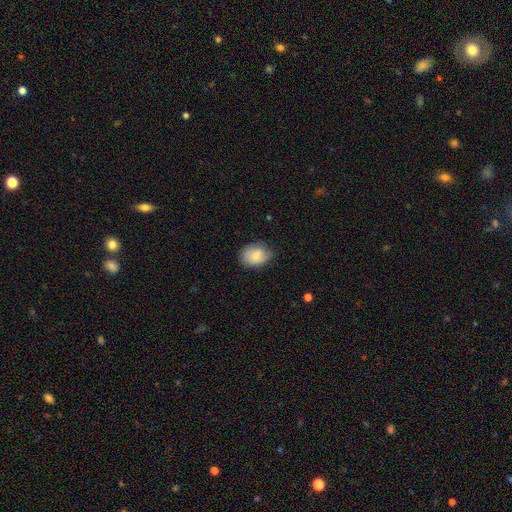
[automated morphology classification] This appears to be a smooth galaxy with no disk features (75%) that is in between round and cigar-shaped (72%). Merging: none (66%).